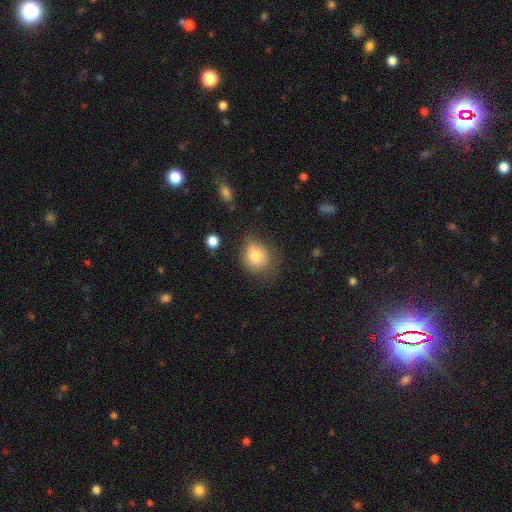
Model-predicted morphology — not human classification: The model was most divided on "merging": none: 57%, minor disturbance: 30%, major disturbance: 11%, merger: 3%. More confident: smooth or featured — smooth (78%); how rounded — round (70%).